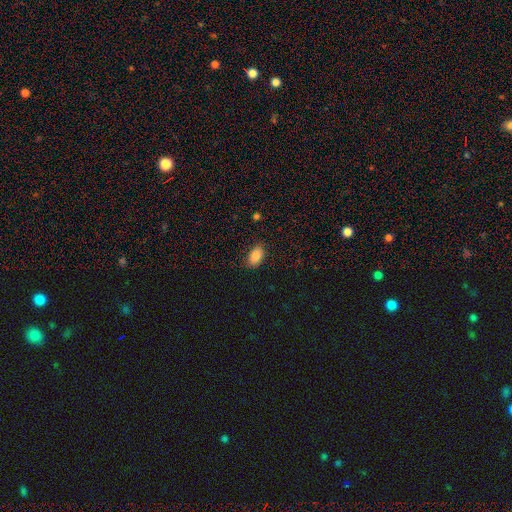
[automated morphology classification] The model was most divided on "merging": none: 86%, minor disturbance: 11%, major disturbance: 3%, merger: 1%. More confident: how rounded — in between (91%); smooth or featured — smooth (87%).